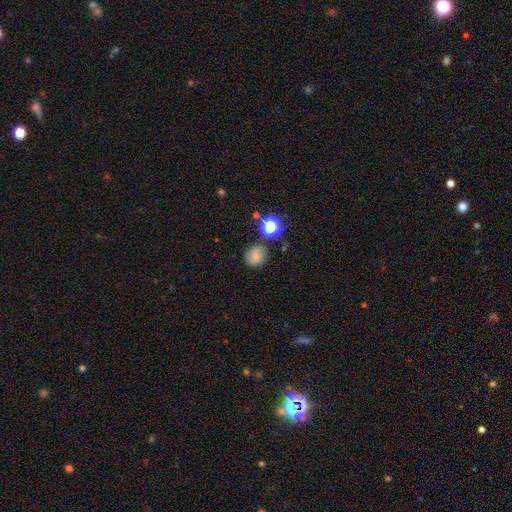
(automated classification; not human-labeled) The model was most divided on "smooth or featured": smooth: 72%, star or artifact: 15%, featured or disk: 12%. More confident: how rounded — round (83%); merging — none (79%).